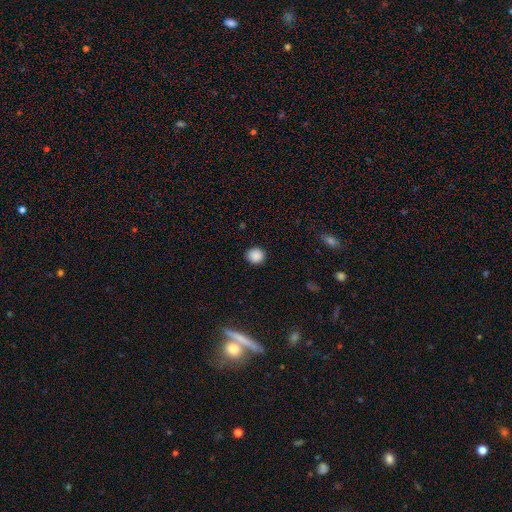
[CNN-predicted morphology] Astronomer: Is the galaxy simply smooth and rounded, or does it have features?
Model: smooth — 88%.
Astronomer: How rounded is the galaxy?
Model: round — 89%.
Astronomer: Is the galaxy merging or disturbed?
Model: none — 91%.